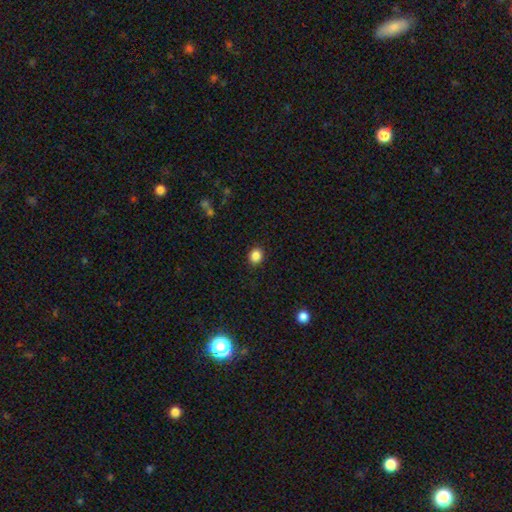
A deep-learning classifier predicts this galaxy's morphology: Smooth or featured? smooth (86%)
How rounded? round (74%)
Merging? none (91%)